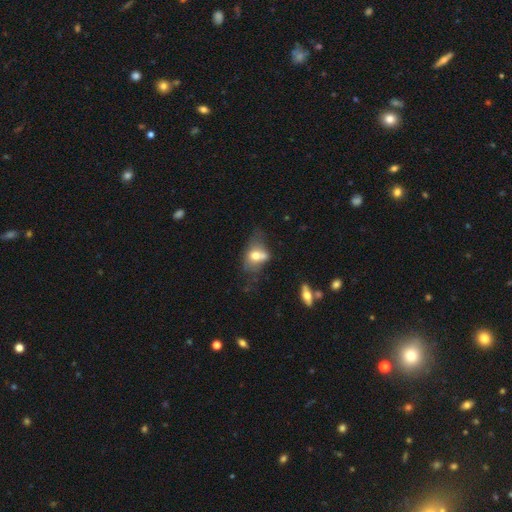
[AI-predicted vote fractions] Q: Smooth or featured?
A: smooth (61%); runner-up: featured or disk (29%)
Q: How rounded?
A: in between (70%); runner-up: round (28%)
Q: Merging?
A: none (29%); runner-up: merger (28%)